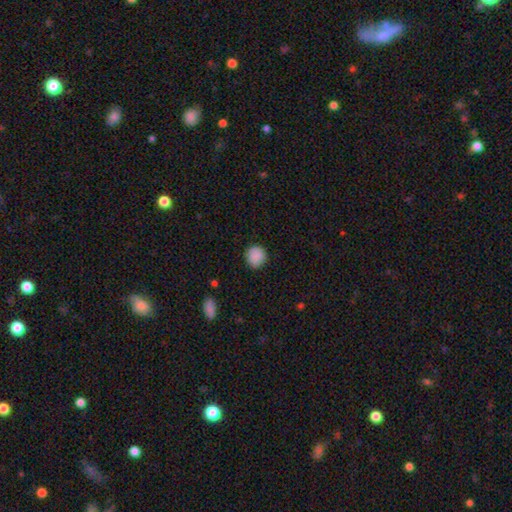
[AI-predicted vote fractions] smooth-or-featured: smooth: 88% | star or artifact: 9% | featured or disk: 3%
  how-rounded: round: 88% | in between: 11% | cigar-shaped: 1%
  merging: none: 87% | minor disturbance: 9% | major disturbance: 2% | merger: 1%